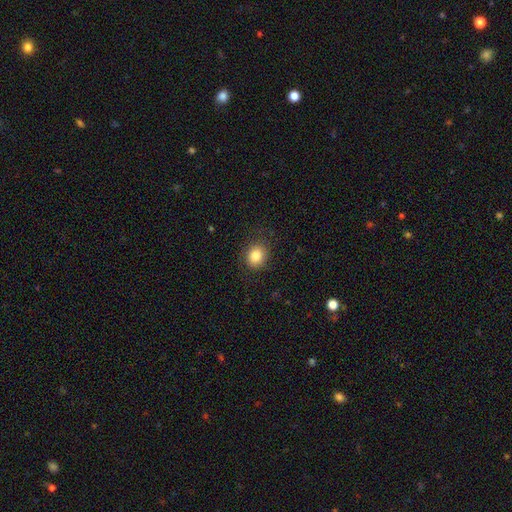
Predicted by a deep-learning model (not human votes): Smooth or featured? Predicted: smooth (p=0.83). How rounded? Predicted: round (p=0.68). Merging? Predicted: none (p=0.83).